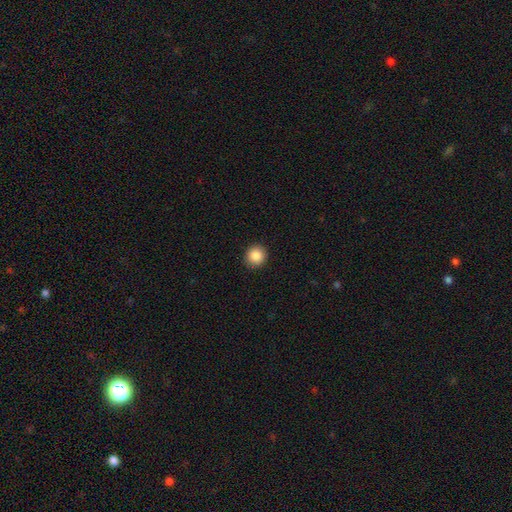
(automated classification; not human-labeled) Q: Smooth or featured?
A: smooth (88%); runner-up: star or artifact (9%)
Q: How rounded?
A: round (91%); runner-up: in between (8%)
Q: Merging?
A: none (92%); runner-up: minor disturbance (6%)